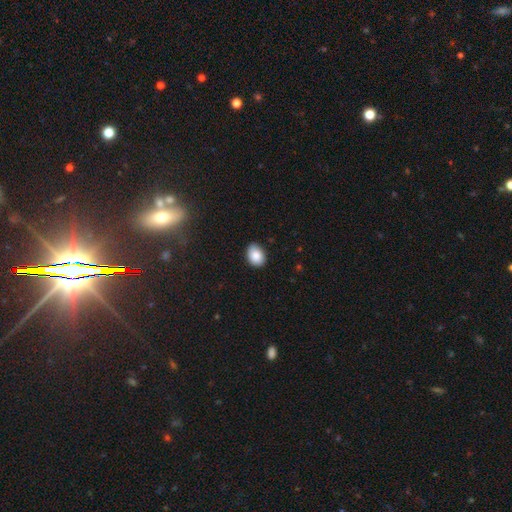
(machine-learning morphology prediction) A smooth galaxy with no disk features (86%) that is in between round and cigar-shaped (73%).

Vote fractions:
- Smooth or featured? smooth: 86% / star or artifact: 8% / featured or disk: 6%
- How rounded? in between: 73% / round: 26% / cigar-shaped: 1%
- Merging? none: 85% / minor disturbance: 12% / major disturbance: 2% / merger: 1%